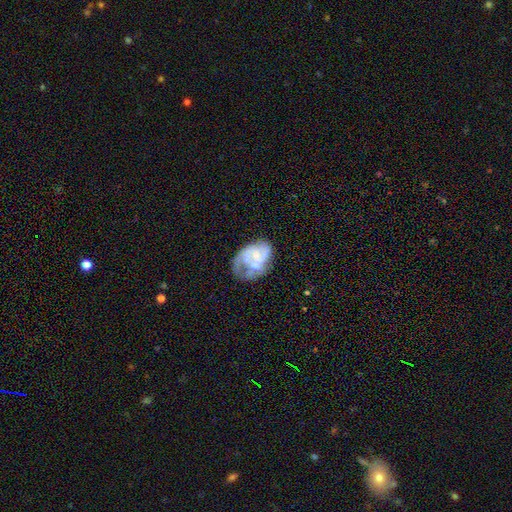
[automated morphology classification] smooth-or-featured: featured or disk: 71% | smooth: 22% | star or artifact: 8%
  disk-edge-on: no: 98% | yes: 2%
    bar: no: 66% | weak: 28% | strong: 6%
    has-spiral-arms: yes: 69% | no: 31%
    bulge-size: small: 50% | moderate: 24% | none: 23% | large: 2% | dominant: 1%
  merging: none: 33% | major disturbance: 29% | minor disturbance: 25% | merger: 13%